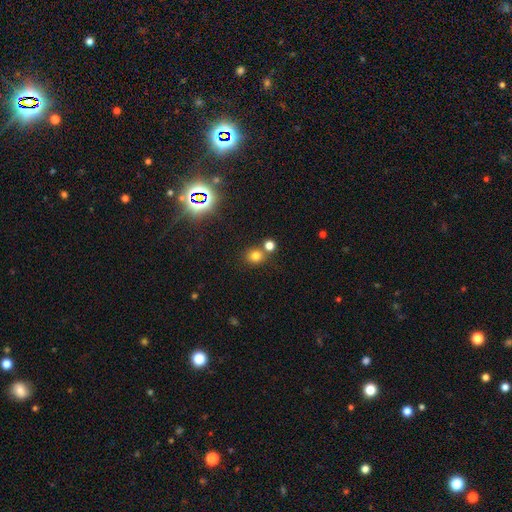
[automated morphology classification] Q: Smooth or featured?
A: smooth (76%); runner-up: star or artifact (17%)
Q: How rounded?
A: round (79%); runner-up: in between (20%)
Q: Merging?
A: none (67%); runner-up: merger (21%)